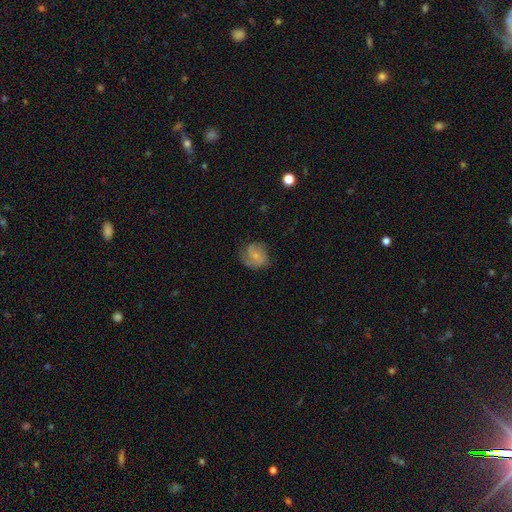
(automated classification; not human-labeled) smooth_or_featured: featured or disk (p=0.48) [alt: smooth p=0.44]
merging: none (p=0.64) [alt: minor disturbance p=0.24]